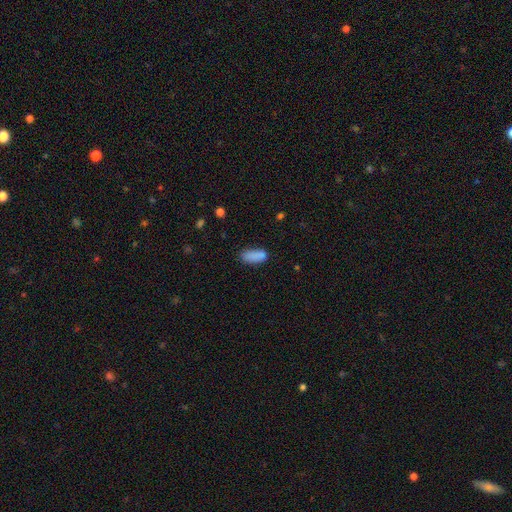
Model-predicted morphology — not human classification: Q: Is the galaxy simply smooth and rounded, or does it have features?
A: smooth — 83%.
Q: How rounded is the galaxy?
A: in between — 79%.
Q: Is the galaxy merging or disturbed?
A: none — 62%.